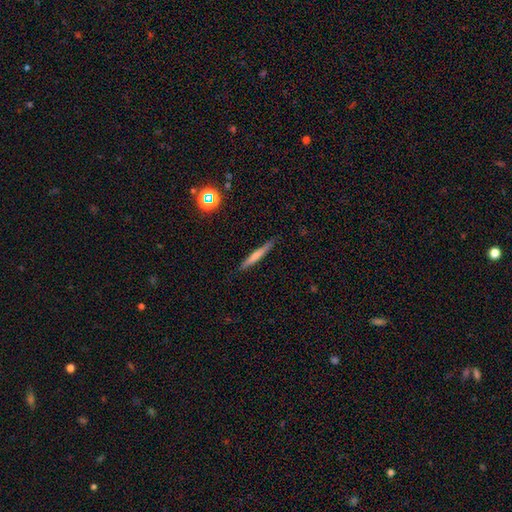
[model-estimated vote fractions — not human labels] Smooth or featured? smooth (63%)
How rounded? cigar-shaped (95%)
Merging? none (88%)